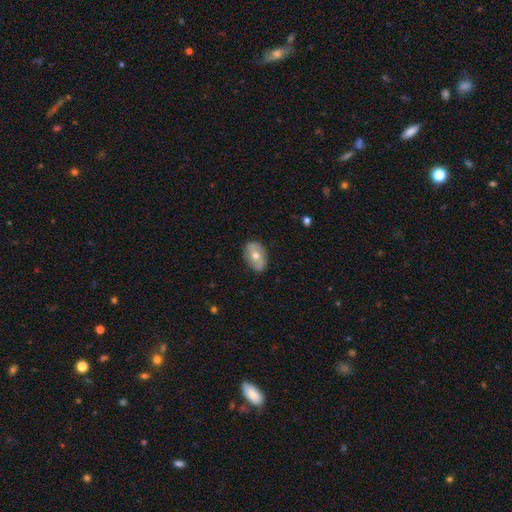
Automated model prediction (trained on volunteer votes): smooth 53%, featured or disk 39%, star or artifact 8%. Down the decision tree: how rounded — in between (82%); merging — none (79%).